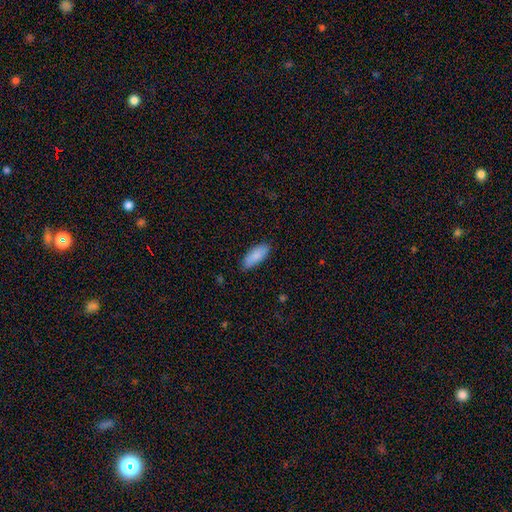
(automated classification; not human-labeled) Smooth or featured: smooth — 86% (featured or disk — 8%)
How rounded: in between — 78% (cigar-shaped — 20%)
Merging: none — 80% (minor disturbance — 16%)